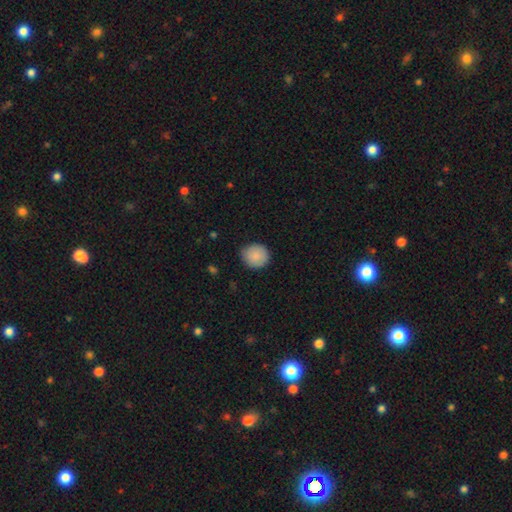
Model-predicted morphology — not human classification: This is clearly a smooth galaxy (88%). How rounded: clearly round (88%). Merging: clearly none (86%).